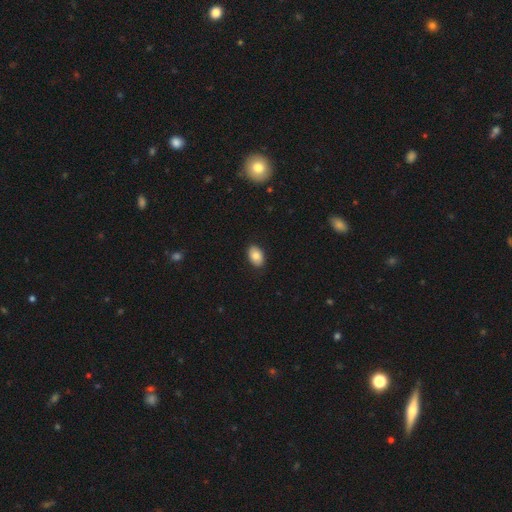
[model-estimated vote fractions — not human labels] smooth 82%, featured or disk 11%, star or artifact 7%. Down the decision tree: how rounded — in between (89%); merging — none (87%).